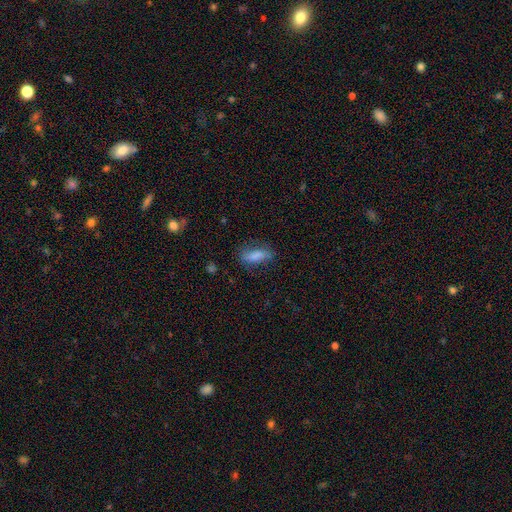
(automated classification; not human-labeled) smooth_or_featured: smooth (p=0.78) [alt: featured or disk p=0.14]
how_rounded: in between (p=0.71) [alt: cigar-shaped p=0.26]
merging: none (p=0.69) [alt: minor disturbance p=0.21]